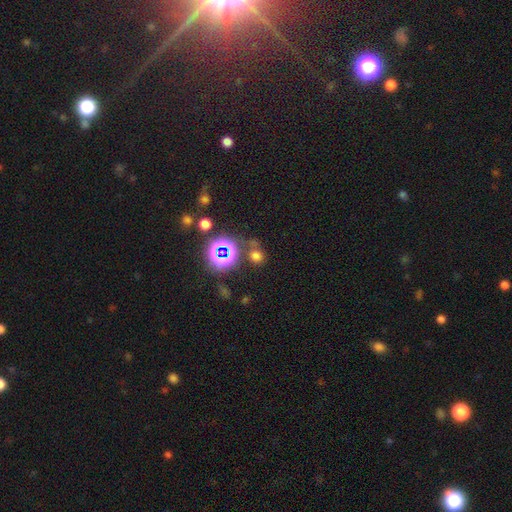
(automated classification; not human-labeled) The model was most divided on "smooth or featured": smooth: 61%, star or artifact: 33%, featured or disk: 7%. More confident: how rounded — round (80%); merging — none (70%).